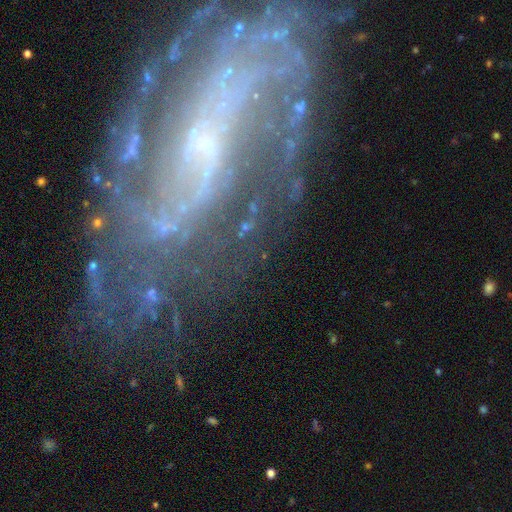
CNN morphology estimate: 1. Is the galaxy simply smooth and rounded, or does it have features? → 86% featured or disk, 9% star or artifact, 6% smooth.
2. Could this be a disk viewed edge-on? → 96% no, 4% yes.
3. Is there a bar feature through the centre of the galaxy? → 42% weak, 35% no, 24% strong.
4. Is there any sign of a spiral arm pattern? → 93% yes, 7% no.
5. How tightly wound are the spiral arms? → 42% medium, 31% tight, 27% loose.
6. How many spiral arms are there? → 44% 2, 24% can't tell, 11% 3, 8% 4, 7% more than 4, 7% 1.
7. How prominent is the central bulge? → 65% small, 21% none, 11% moderate, 2% large, 1% dominant.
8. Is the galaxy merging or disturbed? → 63% none, 18% minor disturbance, 16% major disturbance, 3% merger.